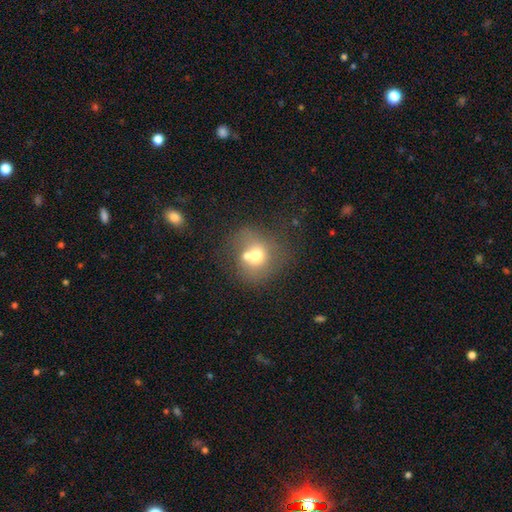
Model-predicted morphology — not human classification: smooth 62%, featured or disk 26%, star or artifact 12%. Down the decision tree: how rounded — round (78%); merging — merger (42%).